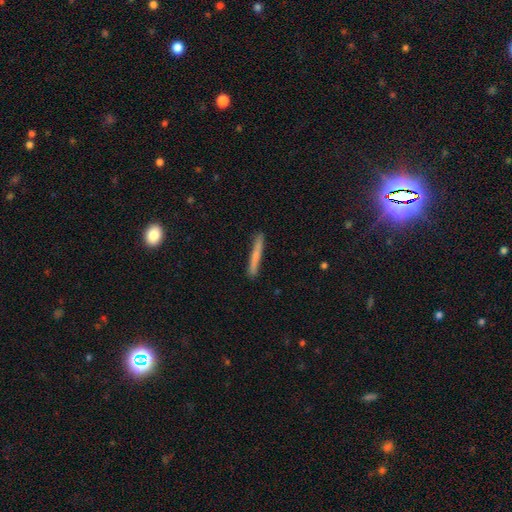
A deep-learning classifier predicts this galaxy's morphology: Smooth or featured? Predicted: smooth (p=0.66). How rounded? Predicted: cigar-shaped (p=0.96). Merging? Predicted: none (p=0.89).